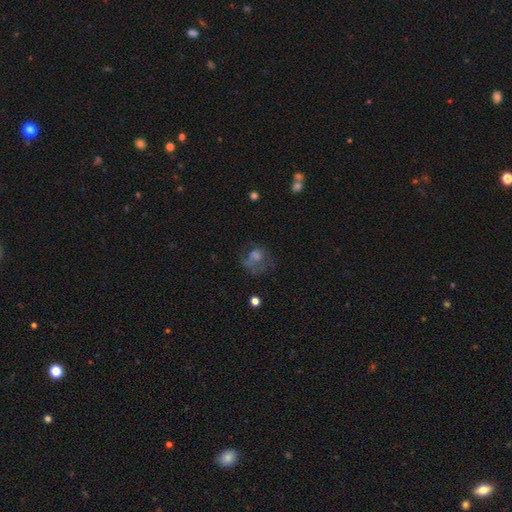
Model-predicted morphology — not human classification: Q: Smooth or featured?
A: smooth (43%); runner-up: featured or disk (36%)
Q: Merging?
A: none (42%); runner-up: major disturbance (33%)